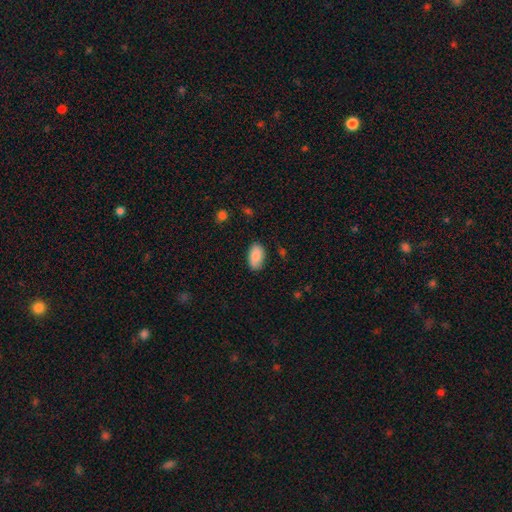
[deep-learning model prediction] Morphology: type=smooth (89%); roundness=in between (94%); merging=none (81%).